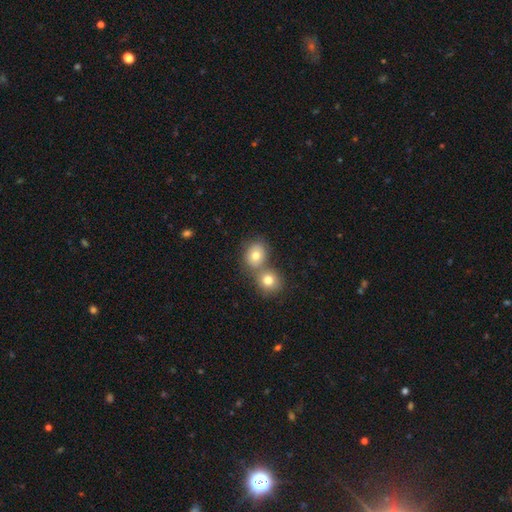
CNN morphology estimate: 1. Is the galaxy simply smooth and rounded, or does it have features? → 77% smooth, 12% featured or disk, 11% star or artifact.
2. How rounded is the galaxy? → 71% round, 28% in between, 1% cigar-shaped.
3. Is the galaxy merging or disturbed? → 45% none, 43% merger, 8% minor disturbance, 3% major disturbance.